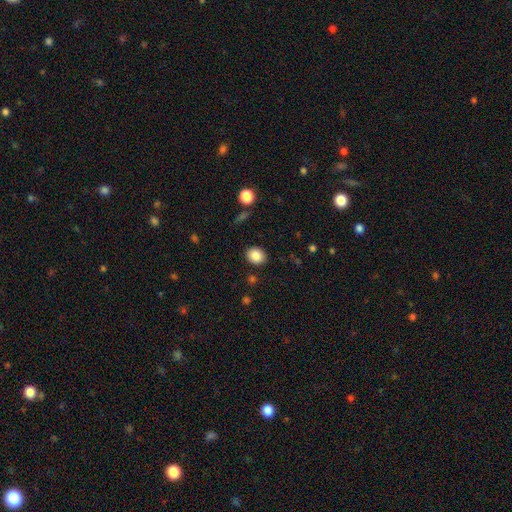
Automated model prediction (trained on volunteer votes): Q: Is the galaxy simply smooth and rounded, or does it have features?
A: smooth — 86%.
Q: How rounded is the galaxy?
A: round — 60%.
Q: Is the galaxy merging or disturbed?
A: none — 88%.